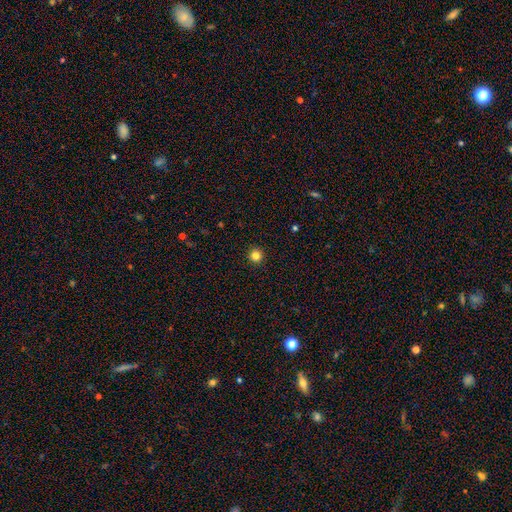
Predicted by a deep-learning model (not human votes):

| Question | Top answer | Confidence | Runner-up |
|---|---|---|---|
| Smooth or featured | smooth | 83% | star or artifact (13%) |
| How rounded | round | 96% | in between (3%) |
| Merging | none | 94% | minor disturbance (4%) |